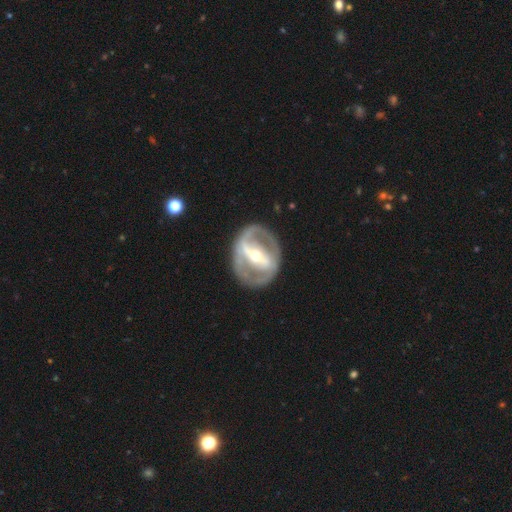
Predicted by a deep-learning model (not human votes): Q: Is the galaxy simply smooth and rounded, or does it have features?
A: featured or disk — 81%.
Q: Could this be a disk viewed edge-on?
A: no — 93%.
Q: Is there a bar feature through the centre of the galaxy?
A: strong — 69%.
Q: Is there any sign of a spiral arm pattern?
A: yes — 52%.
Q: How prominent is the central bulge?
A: moderate — 54%.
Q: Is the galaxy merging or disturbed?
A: none — 79%.